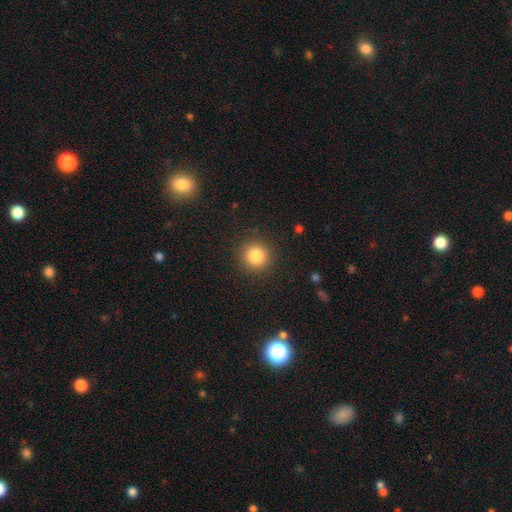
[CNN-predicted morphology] Smooth or featured?
  - smooth: 84% *
  - star or artifact: 11%
  - featured or disk: 5%
How rounded?
  - round: 94% *
  - in between: 5%
  - cigar-shaped: 1%
Merging?
  - none: 90% *
  - minor disturbance: 6%
  - major disturbance: 3%
  - merger: 1%